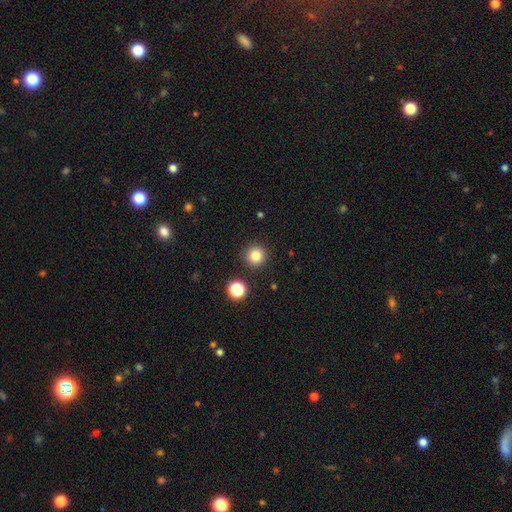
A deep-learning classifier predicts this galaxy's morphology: This is clearly a smooth galaxy (83%). How rounded: clearly round (94%). Merging: clearly none (89%).